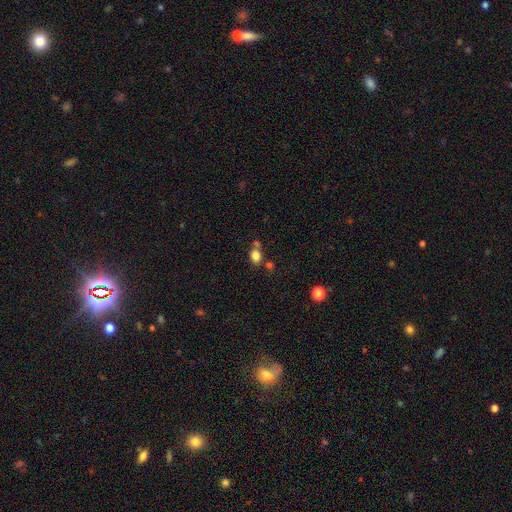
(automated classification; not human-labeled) smooth 80%, star or artifact 12%, featured or disk 8%. Down the decision tree: how rounded — in between (61%); merging — none (55%).